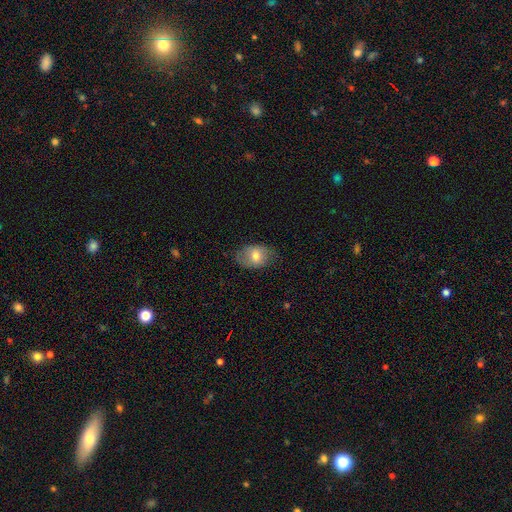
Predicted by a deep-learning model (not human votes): smooth_or_featured: smooth (p=0.67) [alt: featured or disk p=0.24]
how_rounded: in between (p=0.77) [alt: round p=0.22]
merging: none (p=0.73) [alt: minor disturbance p=0.21]